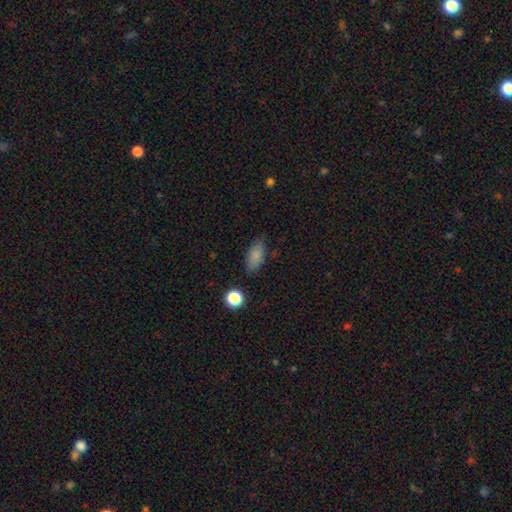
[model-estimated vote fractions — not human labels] Overall: smooth (83%). How rounded: in between (86%). Merging: none (80%).